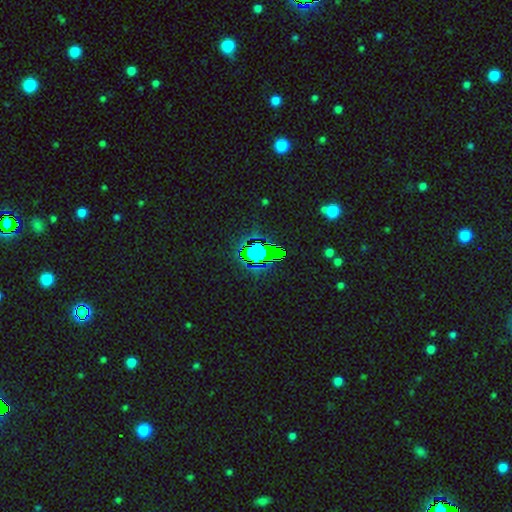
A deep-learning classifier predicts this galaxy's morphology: smooth_or_featured: star or artifact (p=0.68) [alt: smooth p=0.20]